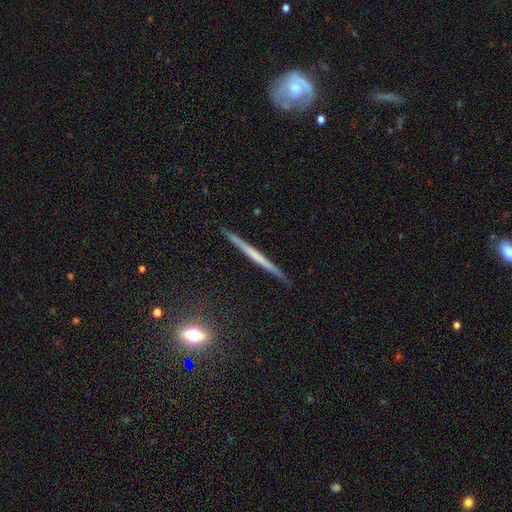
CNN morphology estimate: Smooth or featured? featured or disk (56%)
Edge-on disk? yes (97%)
Edge-on bulge? none (88%)
Merging? none (89%)